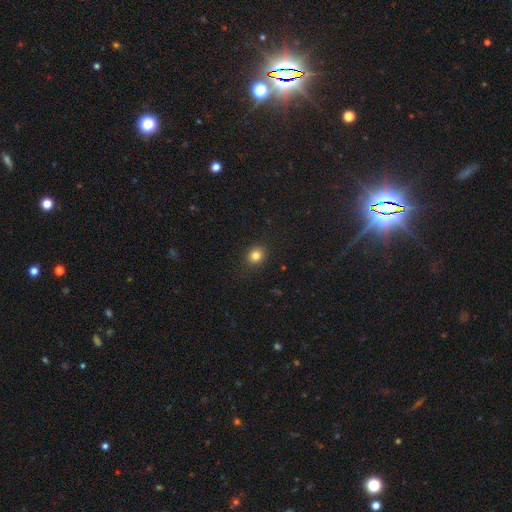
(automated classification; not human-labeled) This appears to be a smooth galaxy with no disk features (81%) that is round (75%). Merging: none (89%).